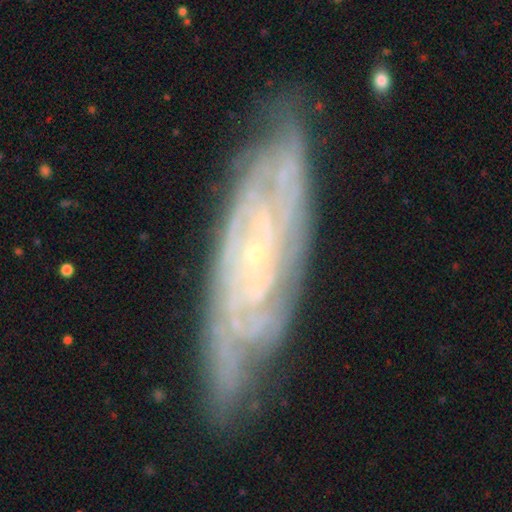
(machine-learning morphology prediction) smooth-or-featured: featured or disk: 87% | smooth: 7% | star or artifact: 6%
  disk-edge-on: no: 86% | yes: 14%
    bar: no: 68% | weak: 23% | strong: 8%
    has-spiral-arms: yes: 97% | no: 3%
      spiral-winding: tight: 77% | medium: 19% | loose: 4%
      spiral-arm-count: can't tell: 36% | 2: 19% | 4: 15% | 3: 15% | more than 4: 9% | 1: 6%
    bulge-size: small: 85% | moderate: 10% | none: 2% | large: 1% | dominant: 1%
  merging: none: 77% | minor disturbance: 17% | major disturbance: 4% | merger: 2%